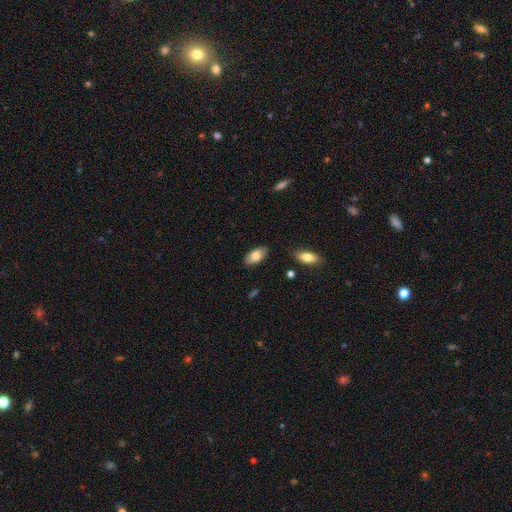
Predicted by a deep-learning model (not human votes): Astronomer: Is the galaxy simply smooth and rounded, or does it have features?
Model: smooth — 78%.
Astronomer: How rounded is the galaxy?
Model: in between — 93%.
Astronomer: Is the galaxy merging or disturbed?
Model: none — 85%.